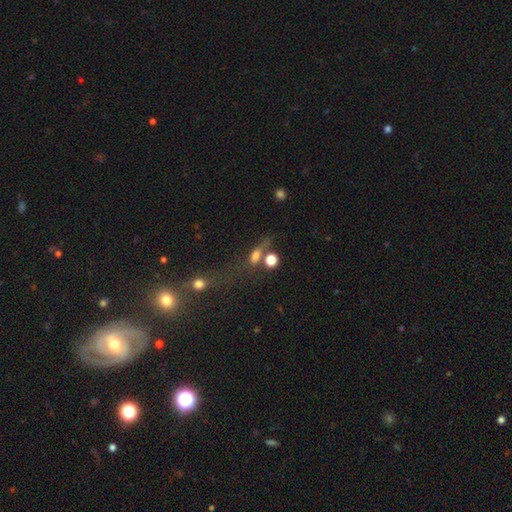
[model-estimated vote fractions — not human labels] The model was most divided on "merging": none: 42%, merger: 28%, minor disturbance: 16%, major disturbance: 15%. More confident: smooth or featured — smooth (73%); how rounded — in between (63%).